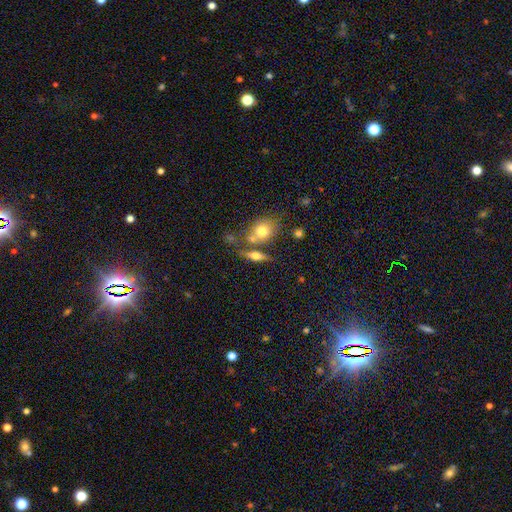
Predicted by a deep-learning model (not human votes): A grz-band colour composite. It shows a smooth galaxy with no disk features (50%) that is in between round and cigar-shaped (51%). Merging: none (59%).